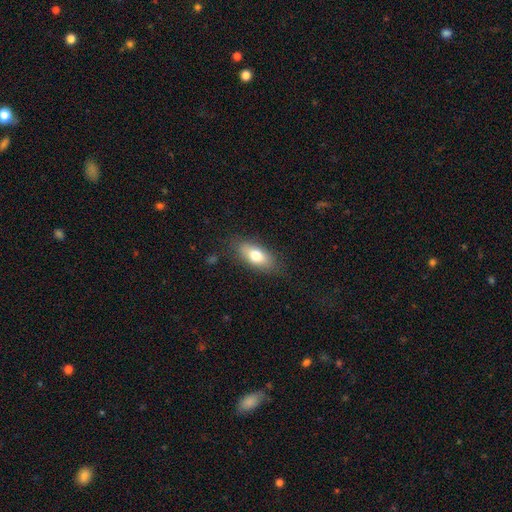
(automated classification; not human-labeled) smooth_or_featured: smooth (p=0.73) [alt: featured or disk p=0.19]
how_rounded: in between (p=0.82) [alt: cigar-shaped p=0.13]
merging: none (p=0.81) [alt: minor disturbance p=0.14]